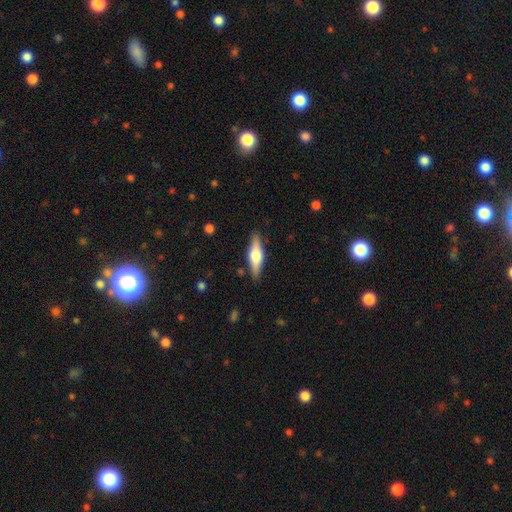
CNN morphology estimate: Q: Smooth or featured?
A: featured or disk (56%); runner-up: smooth (39%)
Q: Edge-on disk?
A: yes (95%); runner-up: no (5%)
Q: Edge-on bulge?
A: rounded (91%); runner-up: boxy (7%)
Q: Merging?
A: none (87%); runner-up: minor disturbance (10%)